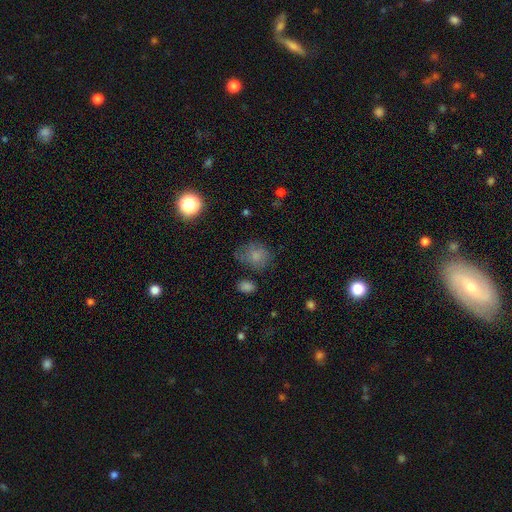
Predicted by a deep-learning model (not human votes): A smooth galaxy with no disk features (76%) that is round (54%).

Vote fractions:
- Smooth or featured? smooth: 76% / star or artifact: 12% / featured or disk: 11%
- How rounded? round: 54% / in between: 45% / cigar-shaped: 1%
- Merging? none: 56% / minor disturbance: 27% / major disturbance: 13% / merger: 4%